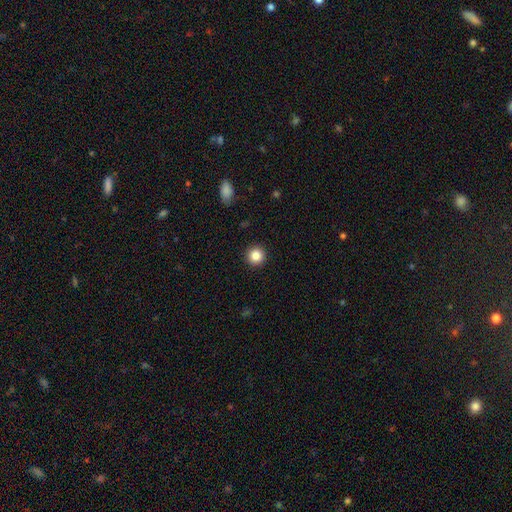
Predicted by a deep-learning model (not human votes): Overall: smooth (85%). How rounded: round (95%). Merging: none (93%).